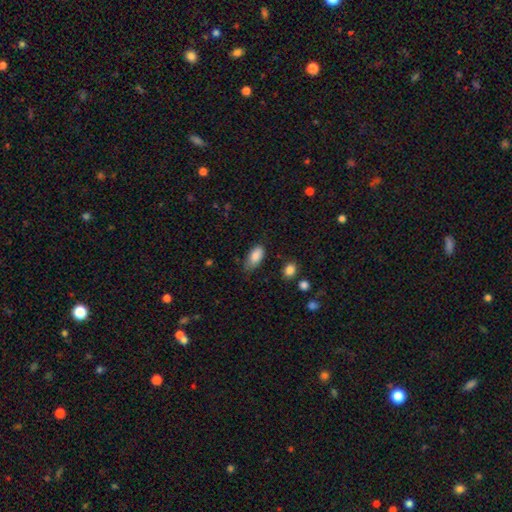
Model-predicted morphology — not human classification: Smooth or featured: smooth — 86% (star or artifact — 7%)
How rounded: in between — 91% (cigar-shaped — 6%)
Merging: none — 62% (minor disturbance — 30%)